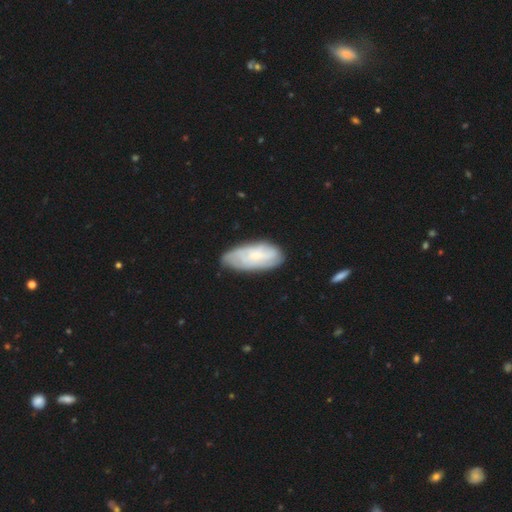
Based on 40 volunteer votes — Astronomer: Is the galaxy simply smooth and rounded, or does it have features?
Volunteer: smooth — 55% (runner-up: featured or disk, 40%).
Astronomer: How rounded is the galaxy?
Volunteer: in between — 77%.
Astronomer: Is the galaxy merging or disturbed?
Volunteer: none — 58% (runner-up: minor disturbance, 37%).